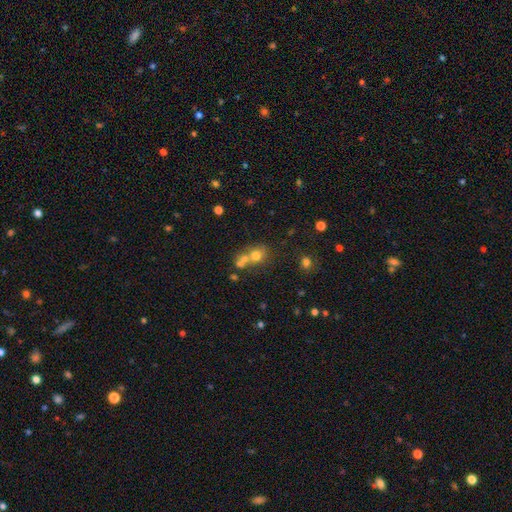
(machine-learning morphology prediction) A smooth galaxy with no disk features (66%) that is round (76%).

Vote fractions:
- Smooth or featured? smooth: 66% / star or artifact: 17% / featured or disk: 17%
- How rounded? round: 76% / in between: 23% / cigar-shaped: 1%
- Merging? merger: 47% / none: 39% / minor disturbance: 9% / major disturbance: 5%